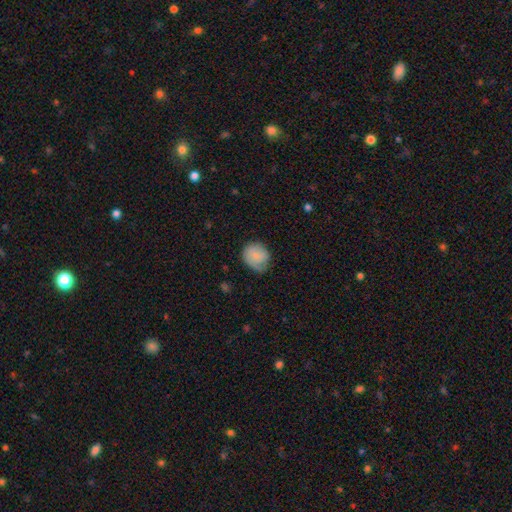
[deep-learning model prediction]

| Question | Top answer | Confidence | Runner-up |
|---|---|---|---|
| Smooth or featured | smooth | 76% | featured or disk (17%) |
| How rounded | round | 72% | in between (27%) |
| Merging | none | 56% | minor disturbance (34%) |